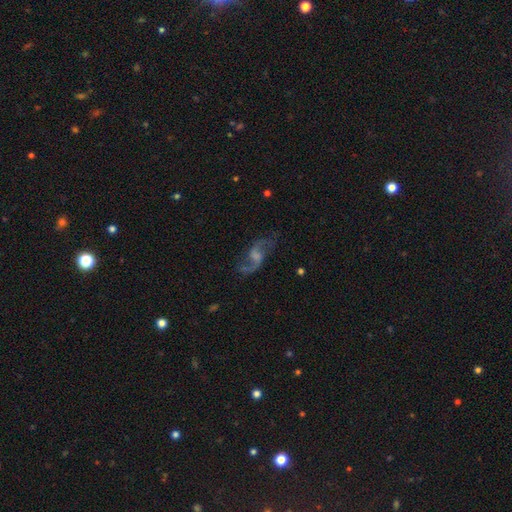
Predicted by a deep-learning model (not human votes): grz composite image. It shows a featured or disk galaxy (86%) with a weak bar (51%), 2 (92%) loose (72%) spiral arms (96%) and a small central bulge (34%). Merging: none (77%).